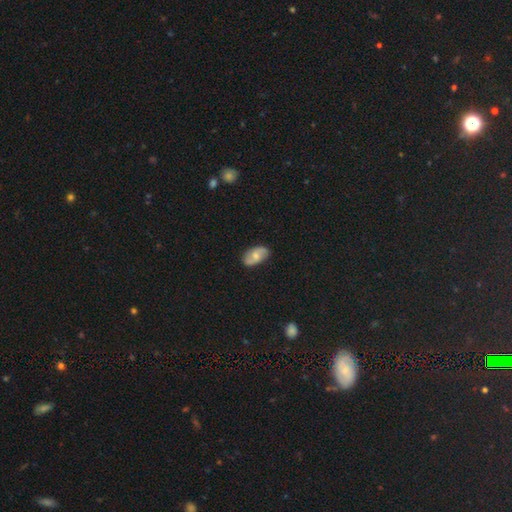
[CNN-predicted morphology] smooth_or_featured: featured or disk (p=0.51) [alt: smooth p=0.42]
disk_edge_on: no (p=0.95) [alt: yes p=0.05]
merging: none (p=0.82) [alt: minor disturbance p=0.14]